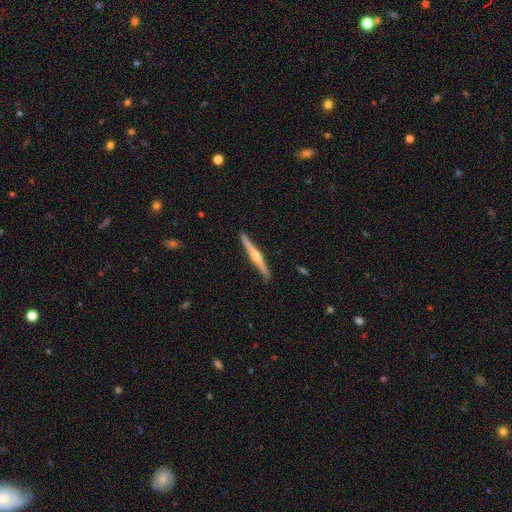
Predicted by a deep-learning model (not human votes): A featured or disk galaxy (71%) viewed edge-on (98%) with a rounded central bulge (81%). Merging: none (90%).